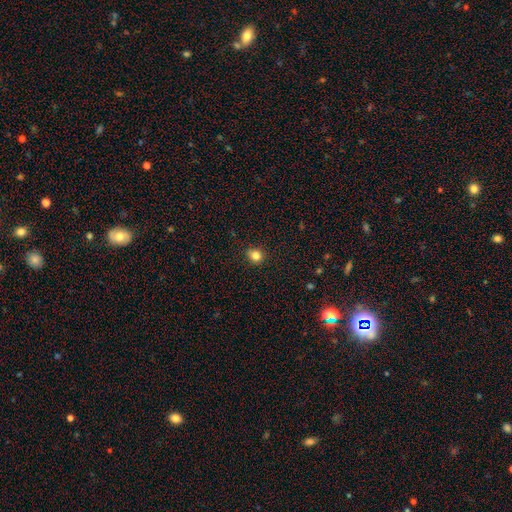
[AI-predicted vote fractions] This appears to be a smooth galaxy with no disk features (83%) that is round (74%). Merging: none (87%).